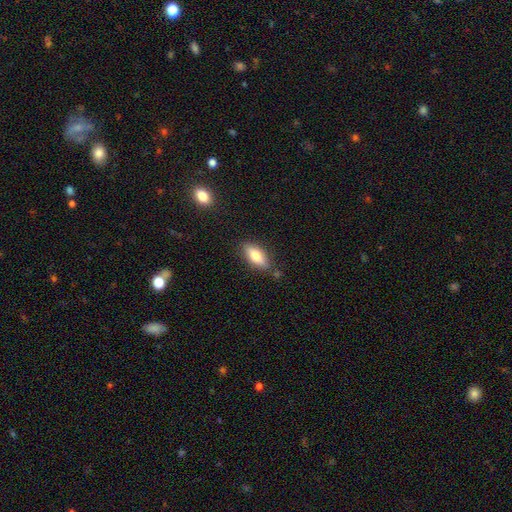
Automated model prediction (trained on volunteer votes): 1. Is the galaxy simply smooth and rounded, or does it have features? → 72% smooth, 21% featured or disk, 7% star or artifact.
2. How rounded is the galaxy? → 74% in between, 23% cigar-shaped, 3% round.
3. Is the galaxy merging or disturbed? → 81% none, 13% minor disturbance, 4% merger, 3% major disturbance.